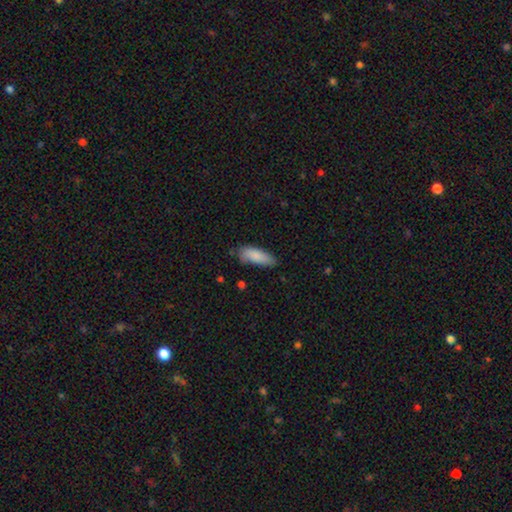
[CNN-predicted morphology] Smooth or featured: smooth — 87% (featured or disk — 7%)
How rounded: in between — 64% (cigar-shaped — 34%)
Merging: none — 71% (minor disturbance — 23%)